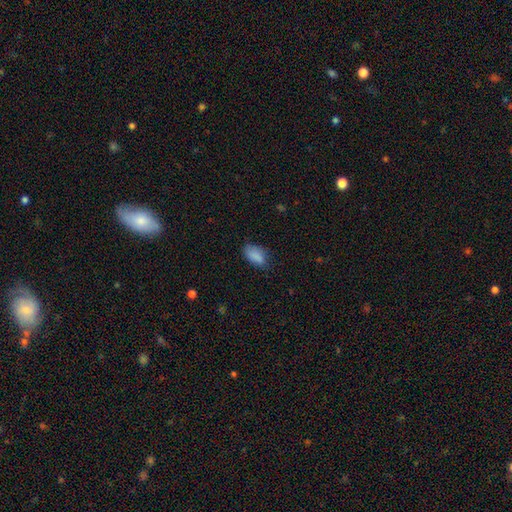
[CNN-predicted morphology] A smooth galaxy with no disk features (86%) that is in between round and cigar-shaped (92%). Merging: none (70%).